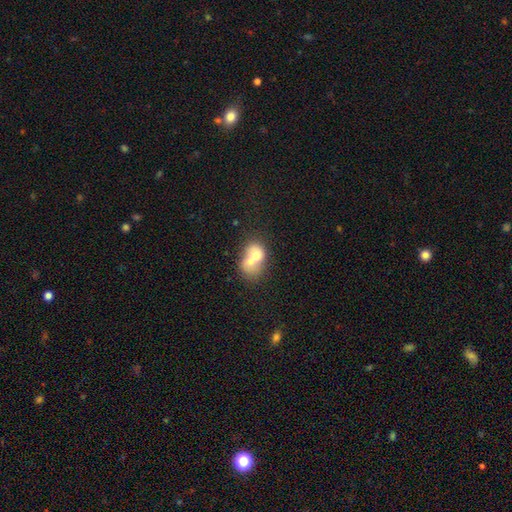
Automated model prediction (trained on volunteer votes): Smooth or featured? smooth (62%)
How rounded? in between (56%)
Merging? merger (74%)